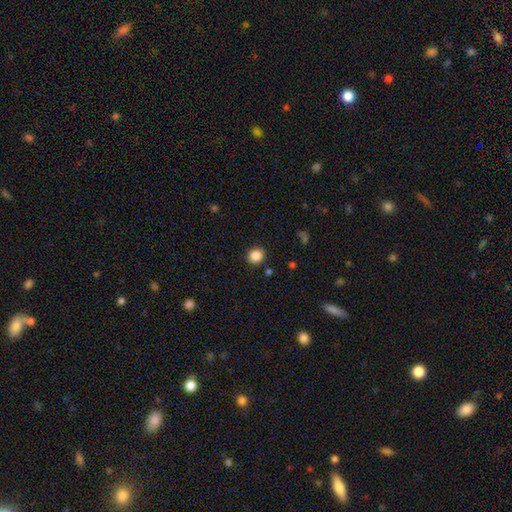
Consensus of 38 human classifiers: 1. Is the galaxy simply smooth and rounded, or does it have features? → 92% smooth, 5% star or artifact, 3% featured or disk.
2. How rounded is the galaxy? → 97% round, 3% in between, 0% cigar-shaped.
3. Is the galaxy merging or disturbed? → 83% none, 8% major disturbance, 6% minor disturbance, 3% merger.